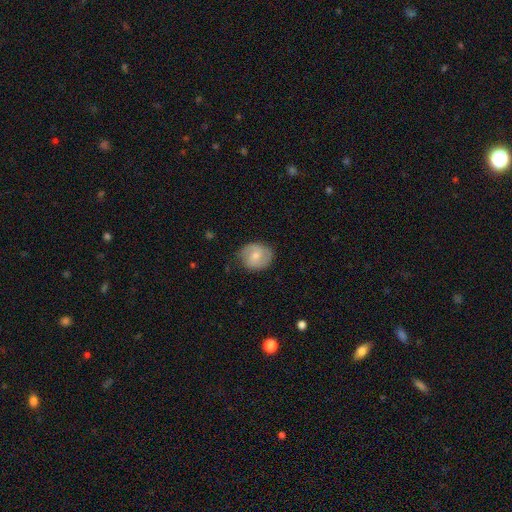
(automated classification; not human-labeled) featured or disk 58%, smooth 36%, star or artifact 6%. Down the decision tree: edge-on disk — no (97%); bar — weak (50%); spiral arms — yes (89%); spiral arm count — 2 (86%); spiral winding — medium (49%); bulge size — moderate (50%); merging — none (79%).